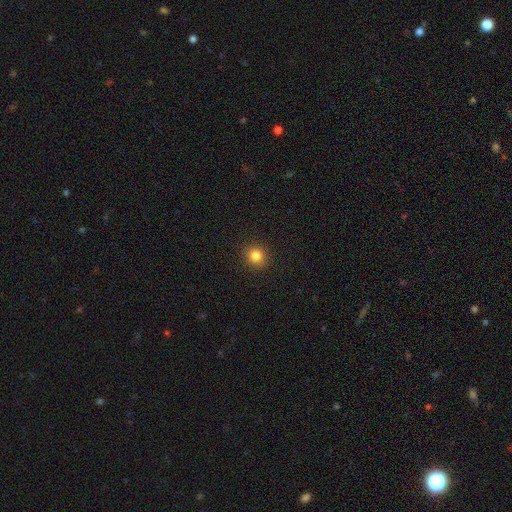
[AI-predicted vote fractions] A smooth galaxy with no disk features (84%) that is round (89%).

Vote fractions:
- Smooth or featured? smooth: 84% / star or artifact: 12% / featured or disk: 4%
- How rounded? round: 89% / in between: 10% / cigar-shaped: 1%
- Merging? none: 91% / minor disturbance: 6% / major disturbance: 2% / merger: 1%